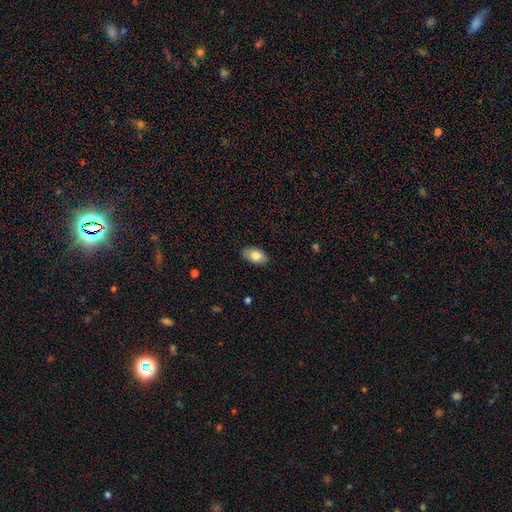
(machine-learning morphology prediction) type=smooth (81%); roundness=in between (93%); merging=none (84%).